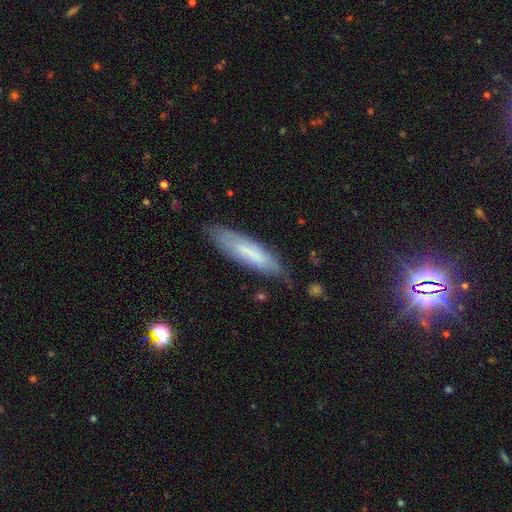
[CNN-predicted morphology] Smooth or featured? smooth (64%)
How rounded? cigar-shaped (71%)
Merging? none (78%)